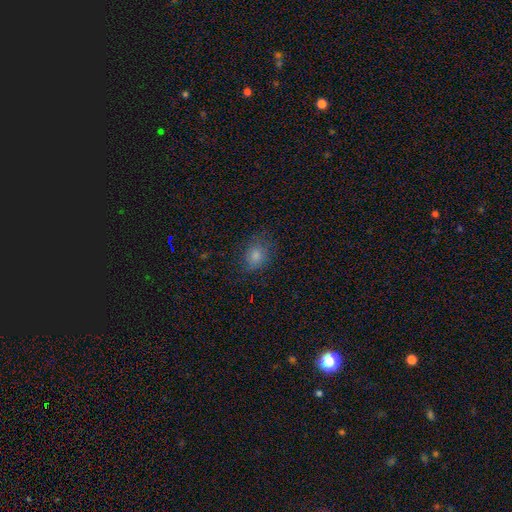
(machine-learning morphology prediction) smooth-or-featured: smooth: 72% | star or artifact: 17% | featured or disk: 11%
  how-rounded: round: 52% | in between: 47% | cigar-shaped: 1%
  merging: none: 73% | minor disturbance: 19% | major disturbance: 7% | merger: 1%